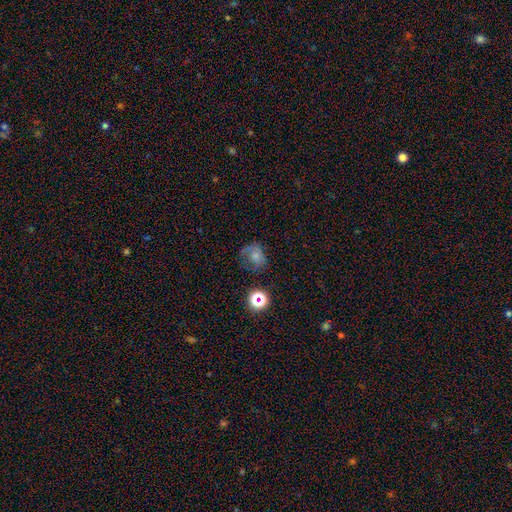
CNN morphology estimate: smooth 57%, featured or disk 27%, star or artifact 16%. Down the decision tree: how rounded — round (61%); merging — none (44%).